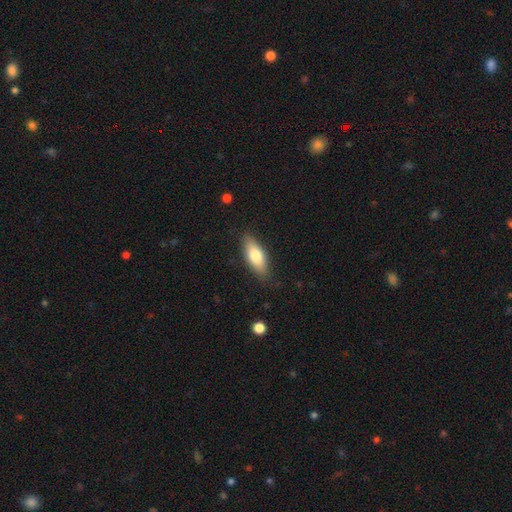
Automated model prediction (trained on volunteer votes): This appears to be a smooth galaxy with no disk features (74%) that is in between round and cigar-shaped (74%). Merging: none (84%).